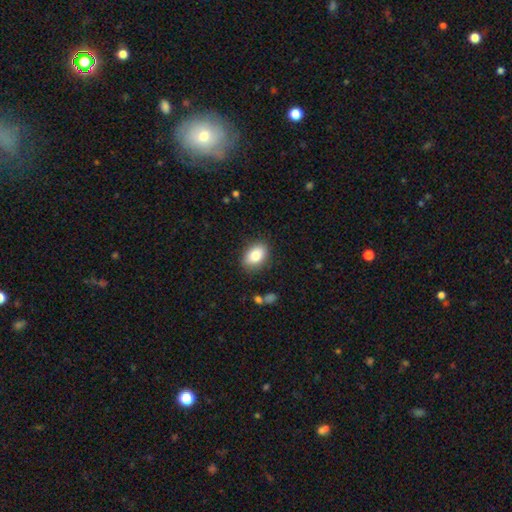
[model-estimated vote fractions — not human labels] smooth_or_featured: smooth (p=0.83) [alt: featured or disk p=0.09]
how_rounded: in between (p=0.84) [alt: round p=0.15]
merging: none (p=0.85) [alt: minor disturbance p=0.10]